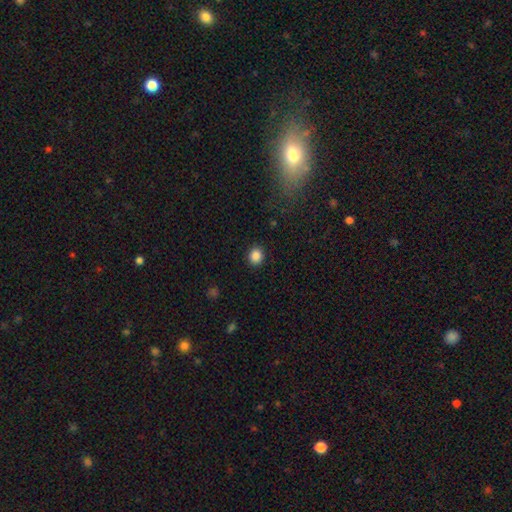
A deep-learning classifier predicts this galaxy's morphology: smooth 87%, star or artifact 10%, featured or disk 3%. Down the decision tree: how rounded — round (79%); merging — none (91%).